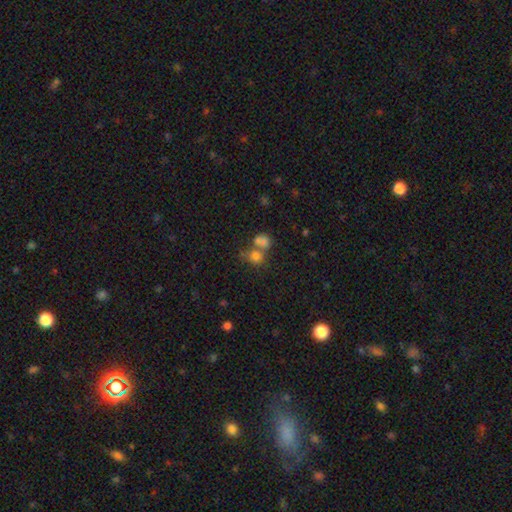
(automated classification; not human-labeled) smooth_or_featured: smooth (p=0.74) [alt: star or artifact p=0.15]
how_rounded: round (p=0.77) [alt: in between p=0.22]
merging: merger (p=0.46) [alt: none p=0.41]